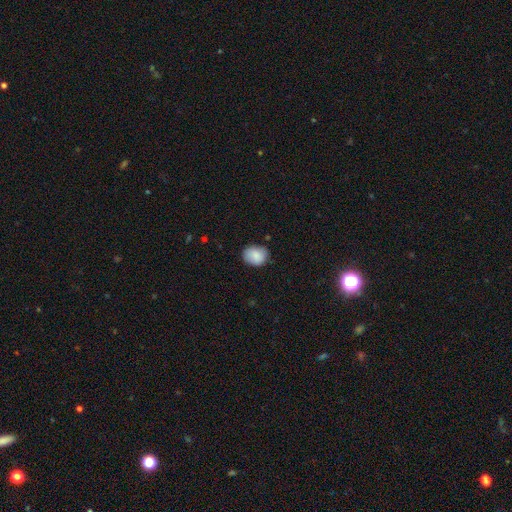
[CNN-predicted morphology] smooth 87%, star or artifact 7%, featured or disk 6%. Down the decision tree: how rounded — round (57%); merging — none (77%).